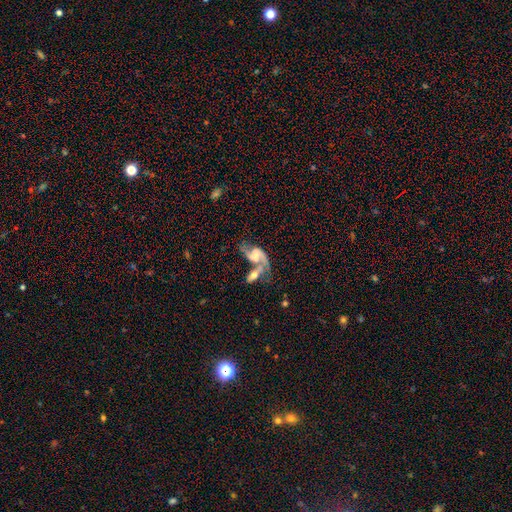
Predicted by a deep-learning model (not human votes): This appears to be a featured or disk galaxy (80%) with no bar (46%), 2 (85%) loose (58%) spiral arms (92%) and a moderate central bulge (36%). Merging: merger (58%).